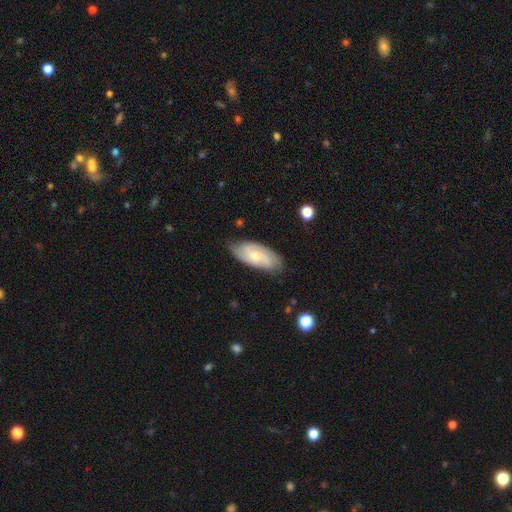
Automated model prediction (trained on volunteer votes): A featured or disk galaxy (65%) with no bar (59%), 2 (45%) tight (44%) spiral arms (93%) and a small central bulge (58%). Merging: none (76%).